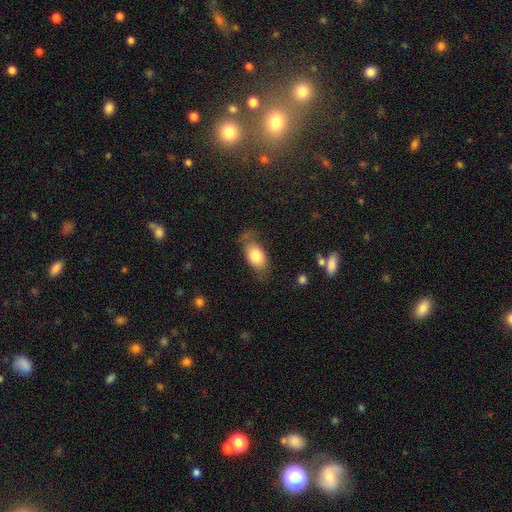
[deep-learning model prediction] This is likely a smooth galaxy (78%). How rounded: clearly in between (90%). Merging: likely none (60%).